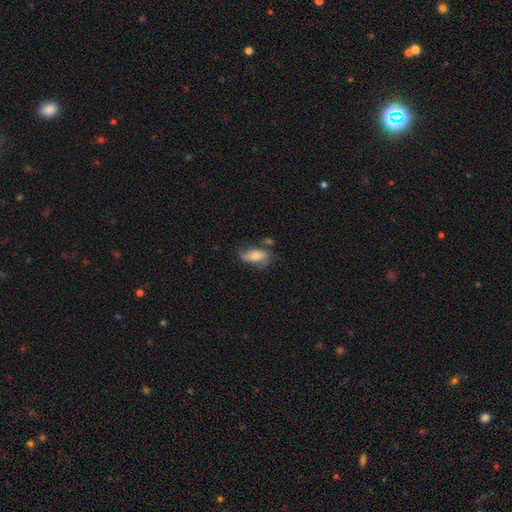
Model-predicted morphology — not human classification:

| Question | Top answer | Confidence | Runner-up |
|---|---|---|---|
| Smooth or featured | smooth | 59% | featured or disk (32%) |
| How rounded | in between | 88% | cigar-shaped (6%) |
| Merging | none | 43% | minor disturbance (29%) |